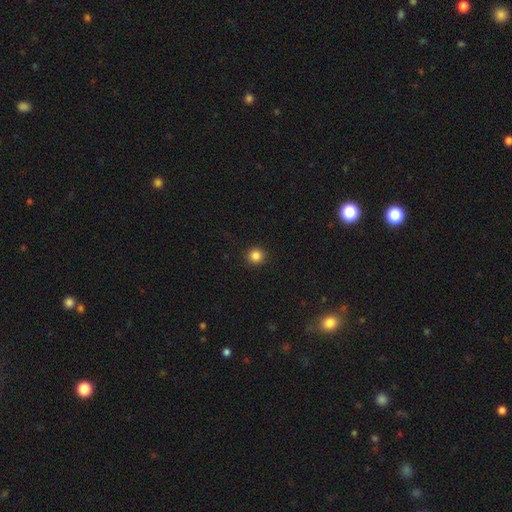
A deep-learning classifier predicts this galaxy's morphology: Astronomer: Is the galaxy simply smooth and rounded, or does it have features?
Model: smooth — 85%.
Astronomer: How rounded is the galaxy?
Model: round — 94%.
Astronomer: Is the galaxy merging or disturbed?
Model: none — 93%.